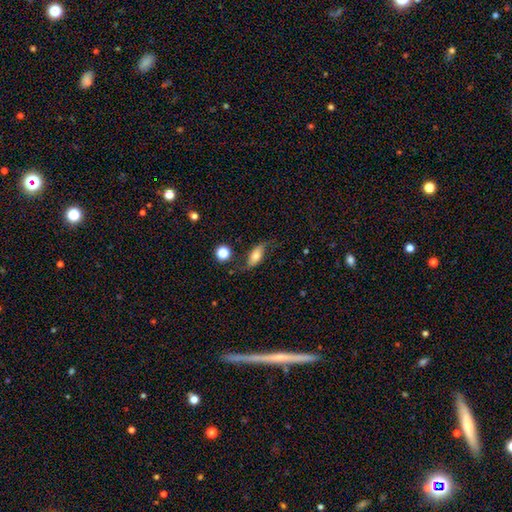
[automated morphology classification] The model was most divided on "smooth or featured": smooth: 49%, featured or disk: 42%, star or artifact: 9%. More confident: merging — none (62%).